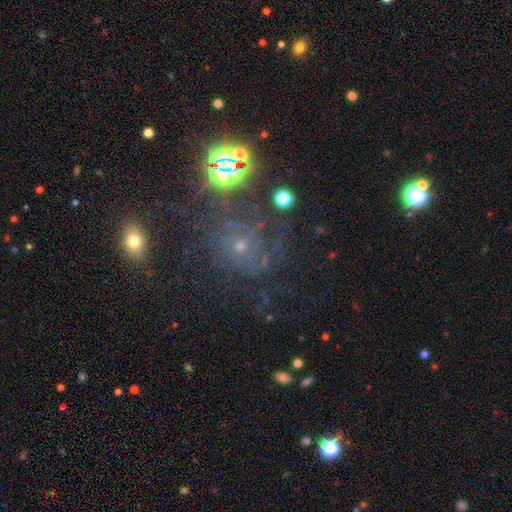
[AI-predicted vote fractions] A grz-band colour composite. It shows a star or artifact, not a galaxy (51%).